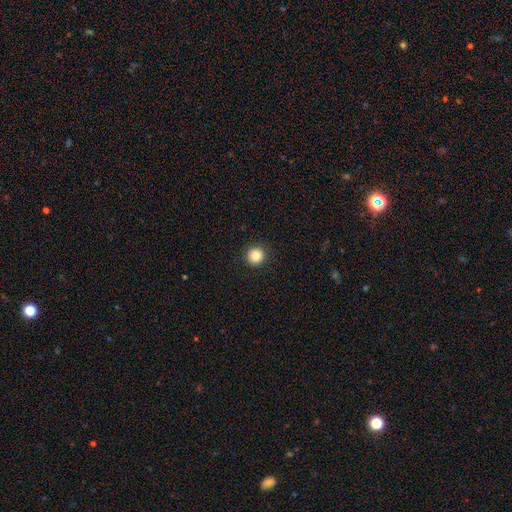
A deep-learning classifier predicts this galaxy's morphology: Smooth or featured?
  - smooth: 84% *
  - star or artifact: 10%
  - featured or disk: 5%
How rounded?
  - round: 96% *
  - in between: 3%
  - cigar-shaped: 1%
Merging?
  - none: 93% *
  - minor disturbance: 5%
  - major disturbance: 2%
  - merger: 1%